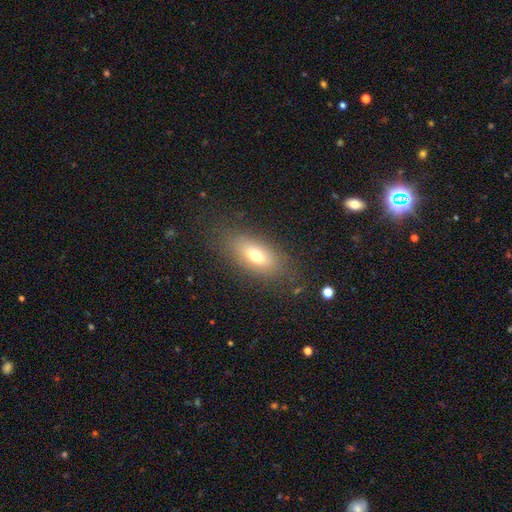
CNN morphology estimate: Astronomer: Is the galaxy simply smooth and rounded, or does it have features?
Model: smooth — 70%.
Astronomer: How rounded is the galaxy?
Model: in between — 82%.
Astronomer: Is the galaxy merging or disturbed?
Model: none — 78%.